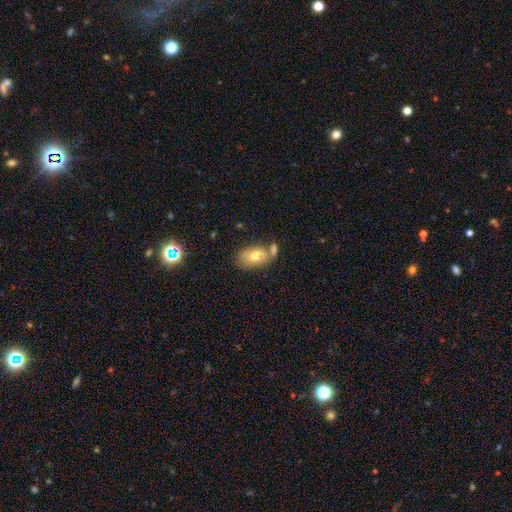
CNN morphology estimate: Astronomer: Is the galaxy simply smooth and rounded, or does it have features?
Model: smooth — 71%.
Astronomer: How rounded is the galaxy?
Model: in between — 86%.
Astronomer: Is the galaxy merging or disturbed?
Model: none — 48% (runner-up: merger, 25%).